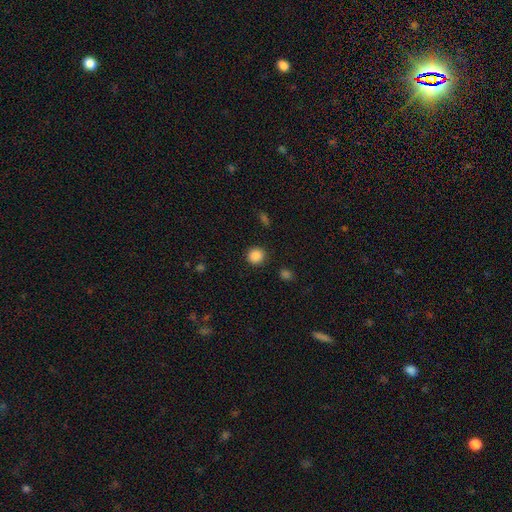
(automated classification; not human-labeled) Smooth or featured: smooth — 87% (star or artifact — 10%)
How rounded: round — 92% (in between — 7%)
Merging: none — 90% (minor disturbance — 6%)